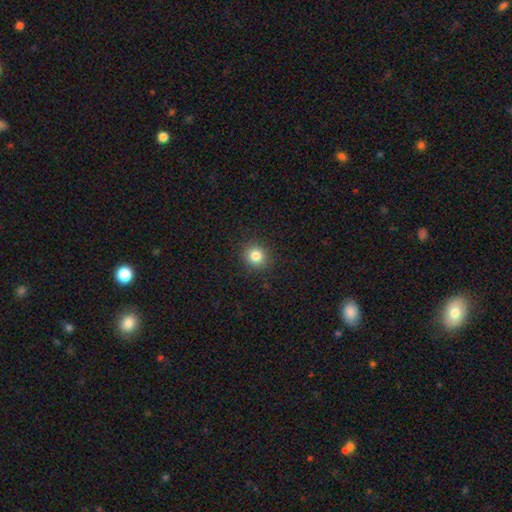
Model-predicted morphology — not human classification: Smooth or featured? smooth (82%)
How rounded? round (87%)
Merging? none (91%)